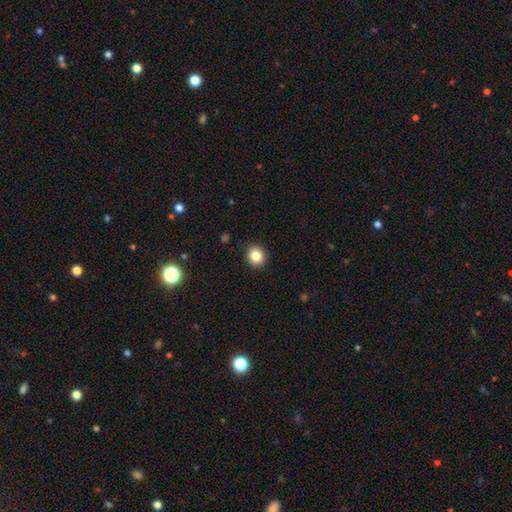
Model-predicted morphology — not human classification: Q: Smooth or featured?
A: smooth (85%); runner-up: star or artifact (10%)
Q: How rounded?
A: round (88%); runner-up: in between (12%)
Q: Merging?
A: none (92%); runner-up: minor disturbance (5%)